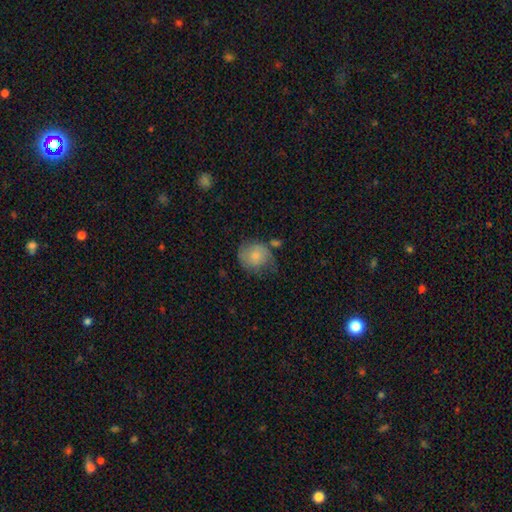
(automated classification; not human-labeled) Q: Smooth or featured?
A: smooth (70%); runner-up: featured or disk (22%)
Q: How rounded?
A: round (76%); runner-up: in between (23%)
Q: Merging?
A: none (44%); runner-up: minor disturbance (32%)